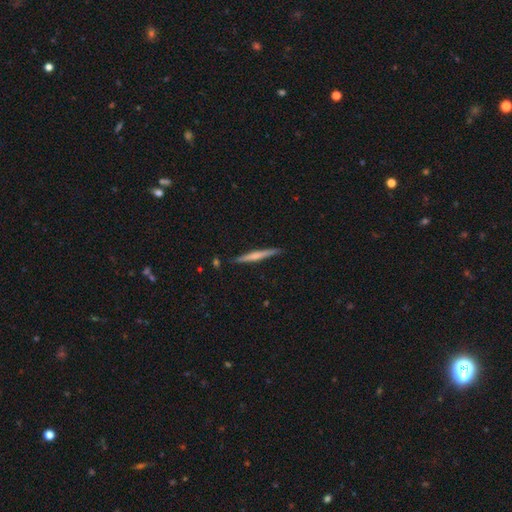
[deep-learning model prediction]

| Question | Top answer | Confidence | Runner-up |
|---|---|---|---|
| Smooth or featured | smooth | 47% | tied: featured or disk (47%) |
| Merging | none | 89% | minor disturbance (8%) |